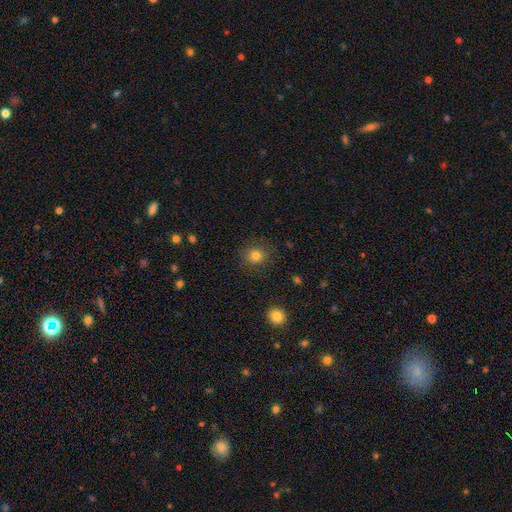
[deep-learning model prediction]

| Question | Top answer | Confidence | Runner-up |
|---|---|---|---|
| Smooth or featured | smooth | 80% | star or artifact (13%) |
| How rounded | round | 87% | in between (12%) |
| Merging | none | 86% | minor disturbance (9%) |